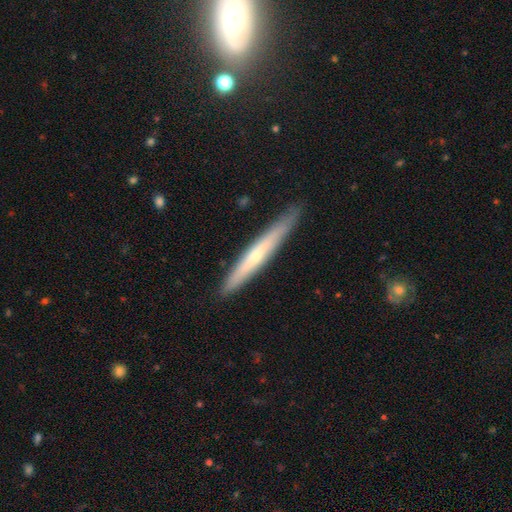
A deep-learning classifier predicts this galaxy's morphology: A featured or disk galaxy (50%) viewed edge-on (93%). Merging: none (87%).